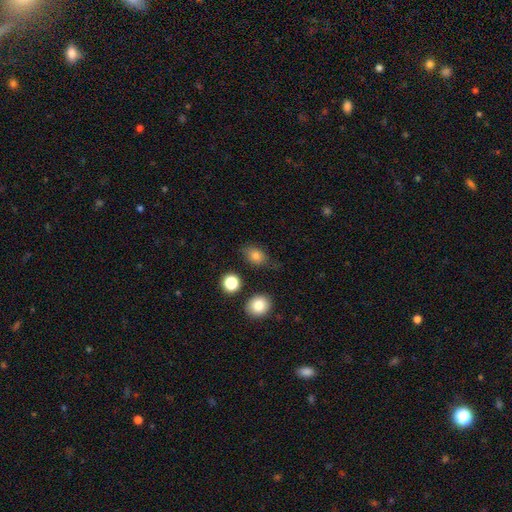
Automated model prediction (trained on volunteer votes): This appears to be a smooth galaxy with no disk features (80%) that is in between round and cigar-shaped (68%). Merging: none (72%).